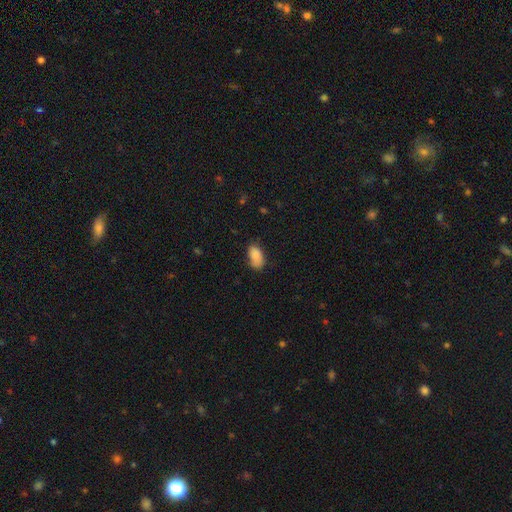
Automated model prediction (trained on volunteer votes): A smooth galaxy with no disk features (87%) that is in between round and cigar-shaped (93%). Merging: none (69%).